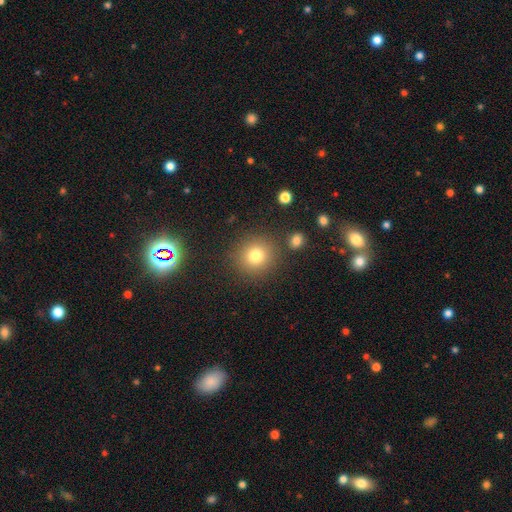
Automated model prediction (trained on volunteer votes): smooth_or_featured: smooth (p=0.79) [alt: star or artifact p=0.13]
how_rounded: round (p=0.90) [alt: in between p=0.09]
merging: none (p=0.85) [alt: minor disturbance p=0.08]